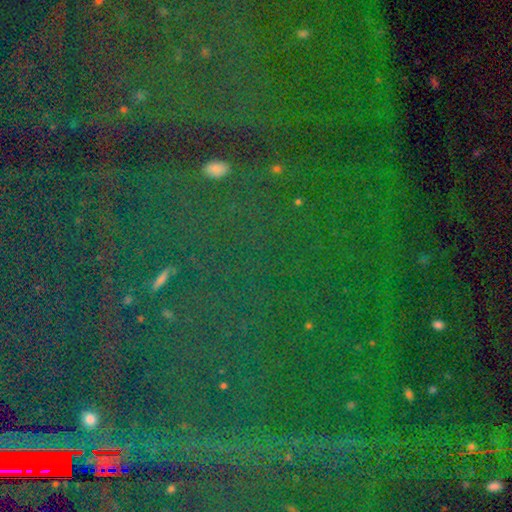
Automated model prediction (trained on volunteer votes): The model was most divided on "smooth or featured": star or artifact: 84%, smooth: 9%, featured or disk: 7%.